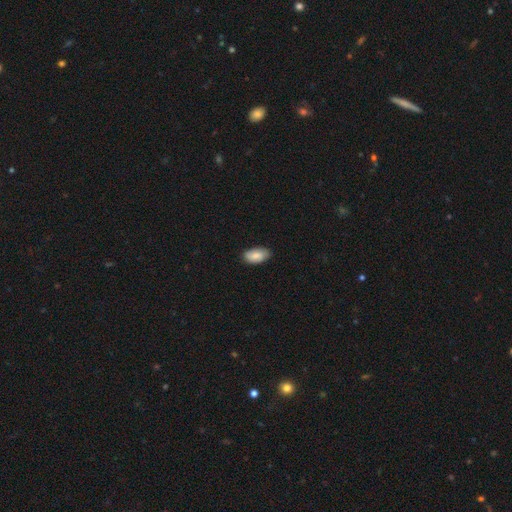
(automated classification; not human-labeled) This is likely a smooth galaxy (80%). How rounded: clearly in between (94%). Merging: likely none (80%).